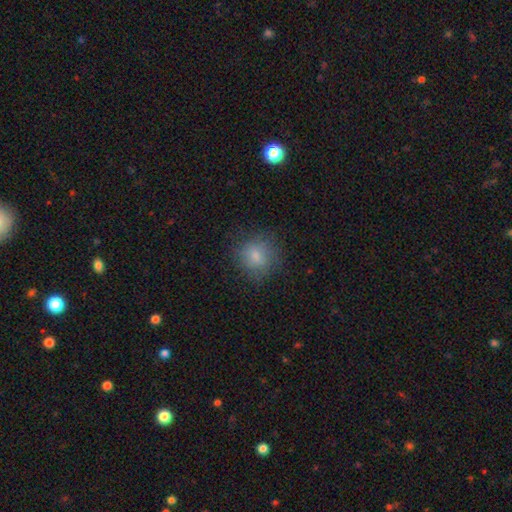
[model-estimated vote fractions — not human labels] A smooth galaxy with no disk features (74%) that is round (84%). Merging: none (79%).